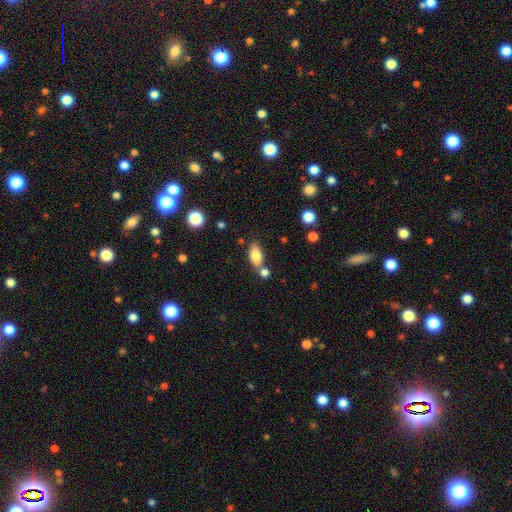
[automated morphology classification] Smooth or featured? Predicted: smooth (p=0.80). How rounded? Predicted: in between (p=0.87). Merging? Predicted: none (p=0.64).